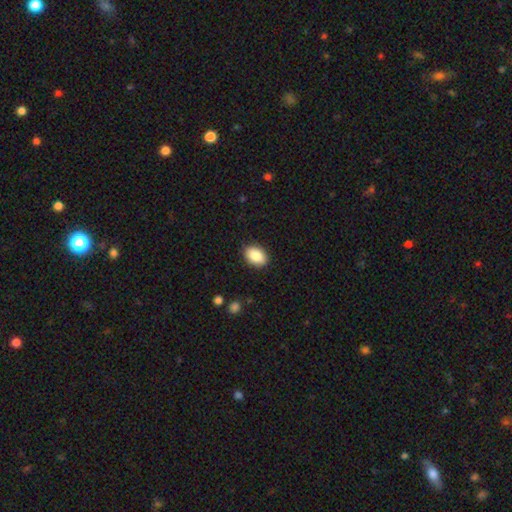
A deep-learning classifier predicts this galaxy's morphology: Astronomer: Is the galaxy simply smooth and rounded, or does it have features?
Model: smooth — 88%.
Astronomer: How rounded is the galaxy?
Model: in between — 86%.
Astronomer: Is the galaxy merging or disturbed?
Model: none — 88%.